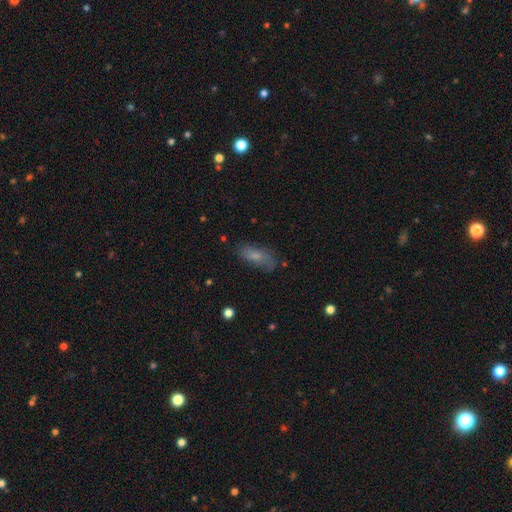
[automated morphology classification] The model was most divided on "smooth or featured": smooth: 64%, featured or disk: 27%, star or artifact: 9%. More confident: how rounded — in between (75%); merging — none (69%).